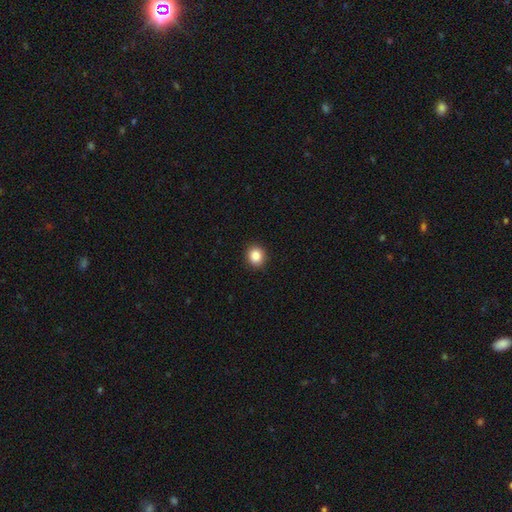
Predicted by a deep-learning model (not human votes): smooth-or-featured: smooth: 87% | star or artifact: 9% | featured or disk: 3%
  how-rounded: round: 78% | in between: 21% | cigar-shaped: 1%
  merging: none: 91% | minor disturbance: 6% | major disturbance: 2% | merger: 1%